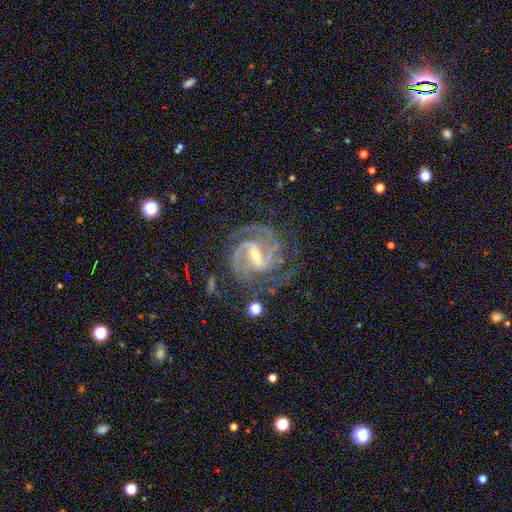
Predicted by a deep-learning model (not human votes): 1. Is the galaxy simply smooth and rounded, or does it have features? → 92% featured or disk, 5% star or artifact, 3% smooth.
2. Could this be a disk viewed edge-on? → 98% no, 2% yes.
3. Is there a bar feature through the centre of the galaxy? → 52% strong, 40% weak, 8% no.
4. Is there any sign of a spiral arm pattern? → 98% yes, 2% no.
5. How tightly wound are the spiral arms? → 47% tight, 46% medium, 7% loose.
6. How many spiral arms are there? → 69% 2, 16% 3, 6% can't tell, 3% 4, 3% 1, 3% more than 4.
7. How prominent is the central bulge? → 54% small, 39% moderate, 3% none, 3% large, 1% dominant.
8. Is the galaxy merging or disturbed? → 70% none, 17% minor disturbance, 10% major disturbance, 2% merger.